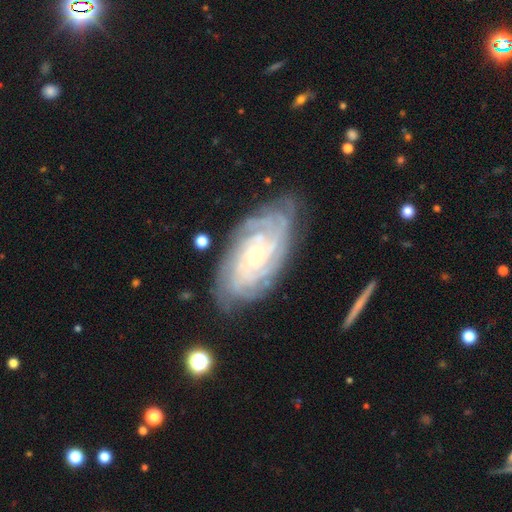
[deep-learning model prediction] A featured or disk galaxy (88%) with no bar (70%), 4 (30%) tight (79%) spiral arms (98%) and a small central bulge (70%).

Vote fractions:
- Smooth or featured? featured or disk: 88% / smooth: 7% / star or artifact: 5%
- Edge-on disk? no: 95% / yes: 5%
- Bar? no: 70% / weak: 23% / strong: 7%
- Spiral arms? yes: 98% / no: 2%
- Spiral winding? tight: 79% / medium: 18% / loose: 3%
- Spiral arm count? 4: 30% / can't tell: 24% / more than 4: 20% / 3: 12% / 2: 8% / 1: 6%
- Bulge size? small: 70% / moderate: 27% / large: 1% / none: 1% / dominant: 1%
- Merging? none: 79% / minor disturbance: 15% / major disturbance: 4% / merger: 2%